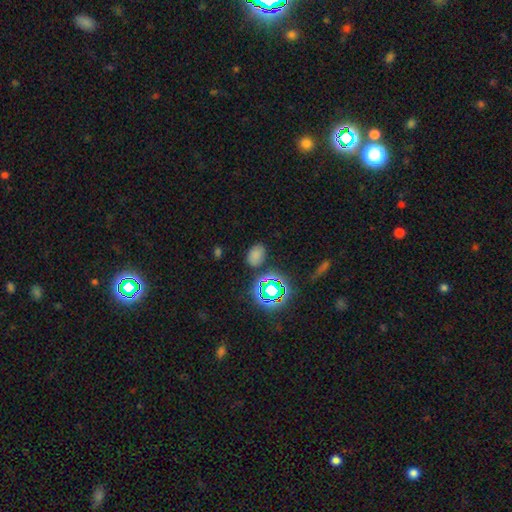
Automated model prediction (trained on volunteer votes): Q: Smooth or featured?
A: smooth (68%); runner-up: star or artifact (25%)
Q: How rounded?
A: in between (78%); runner-up: round (21%)
Q: Merging?
A: none (79%); runner-up: minor disturbance (13%)